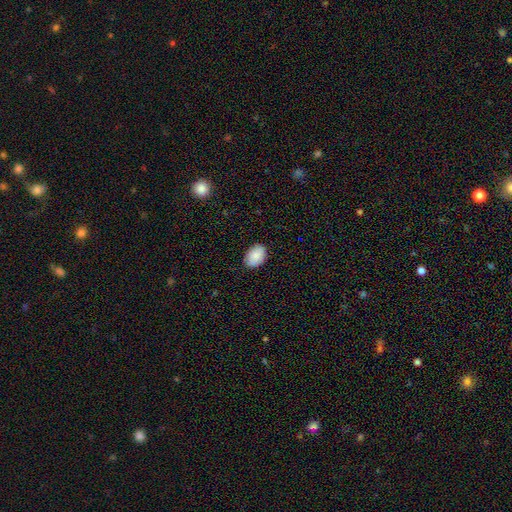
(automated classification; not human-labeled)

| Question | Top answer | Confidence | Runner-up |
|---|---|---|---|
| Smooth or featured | smooth | 89% | star or artifact (7%) |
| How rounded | in between | 83% | round (16%) |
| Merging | none | 84% | minor disturbance (13%) |